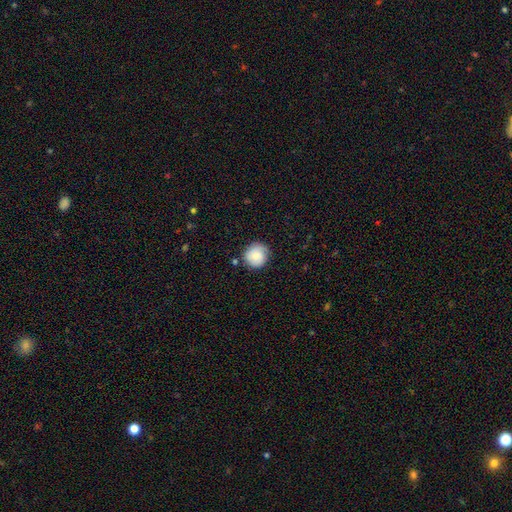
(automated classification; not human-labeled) This appears to be a smooth galaxy with no disk features (79%) that is round (91%). Merging: none (78%).